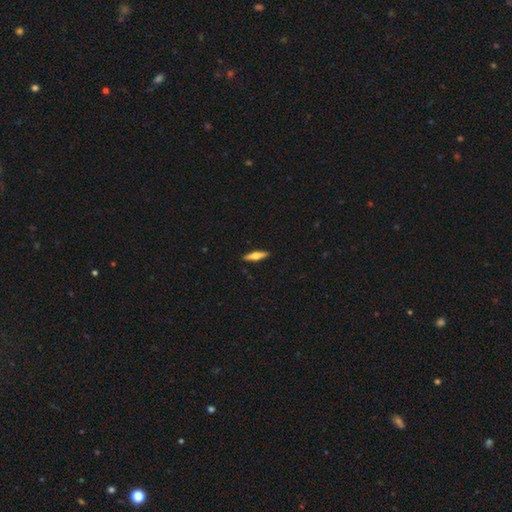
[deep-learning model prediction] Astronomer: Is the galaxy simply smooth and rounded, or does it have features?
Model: featured or disk — 51% (runner-up: smooth, 44%).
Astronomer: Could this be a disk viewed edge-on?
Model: yes — 94%.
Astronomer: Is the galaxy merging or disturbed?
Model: none — 91%.